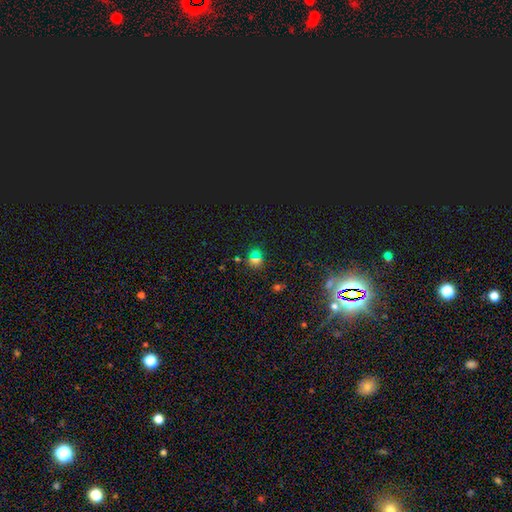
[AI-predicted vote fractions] smooth 54%, star or artifact 37%, featured or disk 9%. Down the decision tree: how rounded — round (78%); merging — none (78%).